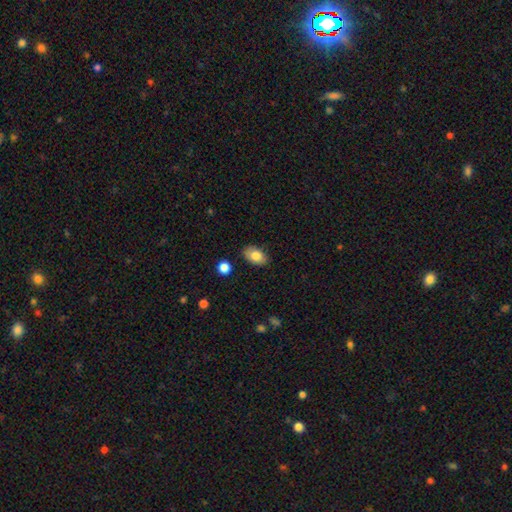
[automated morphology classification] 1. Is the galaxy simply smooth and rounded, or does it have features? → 81% smooth, 11% featured or disk, 7% star or artifact.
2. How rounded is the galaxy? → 89% in between, 9% round, 1% cigar-shaped.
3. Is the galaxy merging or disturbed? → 84% none, 12% minor disturbance, 2% major disturbance, 2% merger.